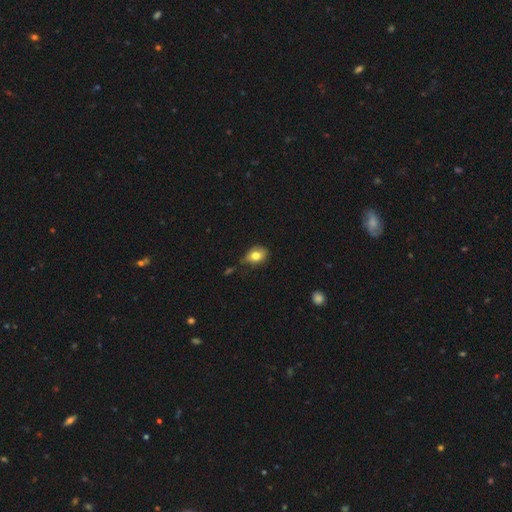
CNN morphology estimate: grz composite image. It shows a smooth galaxy with no disk features (79%) that is in between round and cigar-shaped (72%). Merging: none (57%).